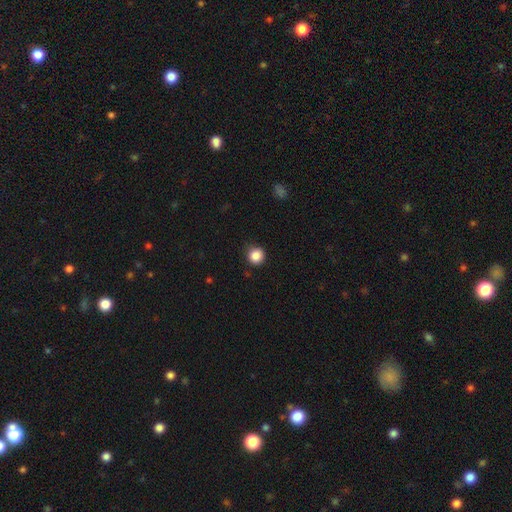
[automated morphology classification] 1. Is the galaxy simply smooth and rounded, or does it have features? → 87% smooth, 10% star or artifact, 3% featured or disk.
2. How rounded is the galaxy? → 94% round, 5% in between, 1% cigar-shaped.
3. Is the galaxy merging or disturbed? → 87% none, 10% minor disturbance, 2% major disturbance, 1% merger.